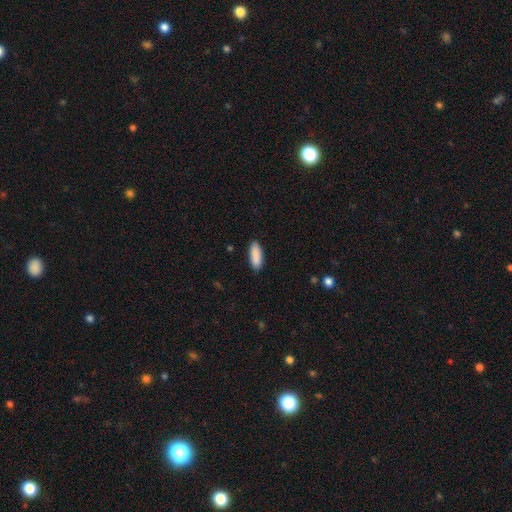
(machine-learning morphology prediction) type=smooth (90%); roundness=in between (66%); merging=none (87%).